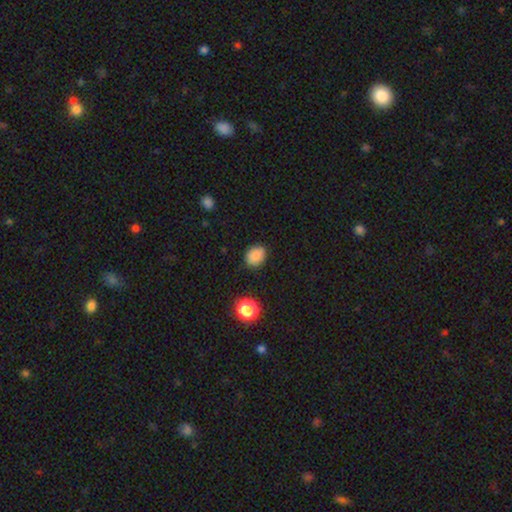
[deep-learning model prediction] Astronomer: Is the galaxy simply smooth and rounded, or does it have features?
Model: smooth — 85%.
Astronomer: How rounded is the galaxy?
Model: in between — 52% (runner-up: round, 47%).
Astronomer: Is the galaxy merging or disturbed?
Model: none — 82%.